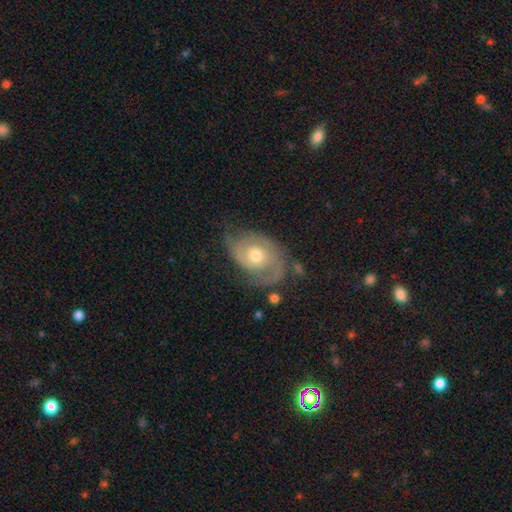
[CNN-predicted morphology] type=featured or disk (85%); edge-on=no (97%); bar=no (74%); spiral arms=yes (95%); winding=tight (51%); arm count=2 (76%); bulge=moderate (64%); merging=none (66%).